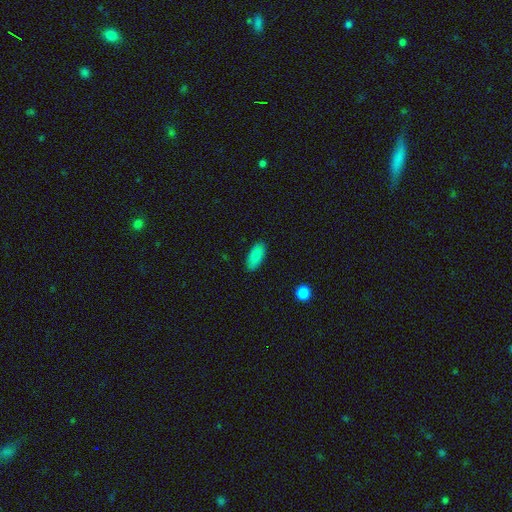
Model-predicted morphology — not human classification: Smooth or featured? Predicted: smooth (p=0.88). How rounded? Predicted: in between (p=0.88). Merging? Predicted: none (p=0.88).